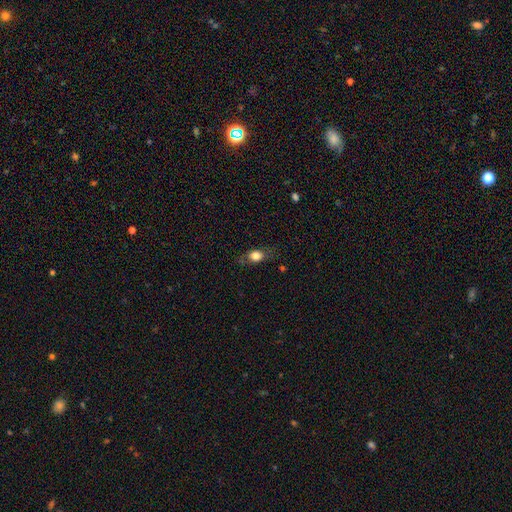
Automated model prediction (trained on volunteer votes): Smooth or featured?
  - smooth: 75% *
  - featured or disk: 16%
  - star or artifact: 9%
How rounded?
  - in between: 62% *
  - round: 31%
  - cigar-shaped: 7%
Merging?
  - none: 71% *
  - minor disturbance: 21%
  - major disturbance: 7%
  - merger: 1%